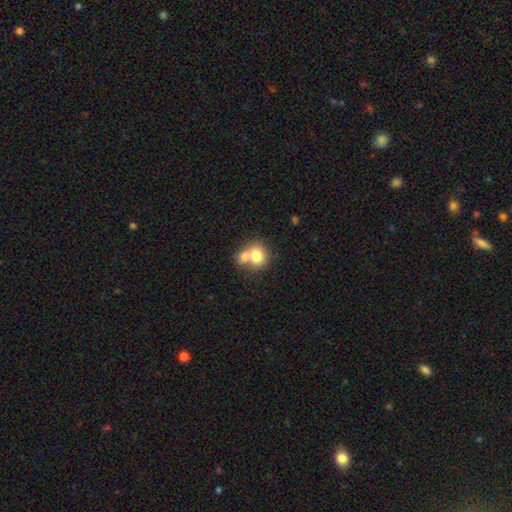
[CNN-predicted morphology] smooth 76%, featured or disk 15%, star or artifact 9%. Down the decision tree: how rounded — round (63%); merging — merger (55%).